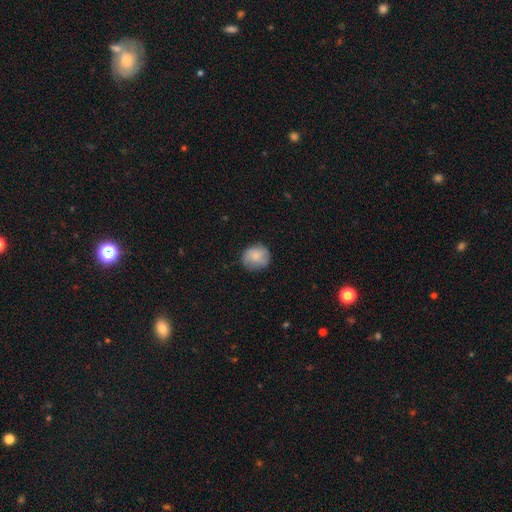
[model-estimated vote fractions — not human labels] Morphology: type=smooth (79%); roundness=round (80%); merging=none (74%).